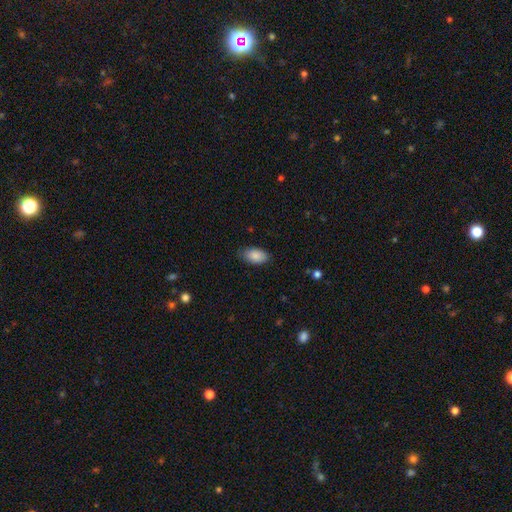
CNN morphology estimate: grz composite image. It shows a smooth galaxy with no disk features (88%) that is in between round and cigar-shaped (94%). Merging: none (81%).